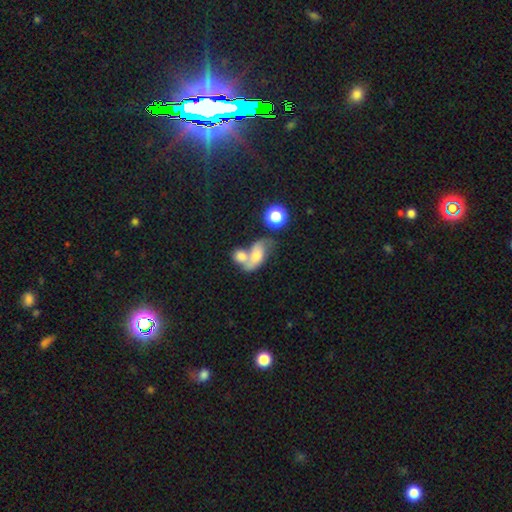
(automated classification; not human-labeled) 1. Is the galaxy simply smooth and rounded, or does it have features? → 48% smooth, 40% featured or disk, 12% star or artifact.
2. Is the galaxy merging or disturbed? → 58% merger, 22% none, 11% minor disturbance, 9% major disturbance.